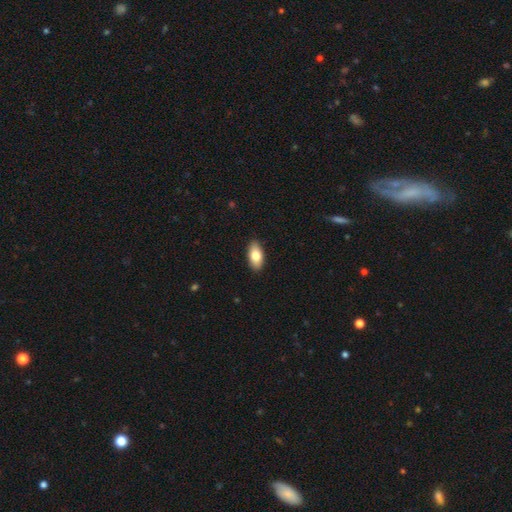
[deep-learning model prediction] smooth 80%, featured or disk 14%, star or artifact 6%. Down the decision tree: how rounded — in between (91%); merging — none (90%).